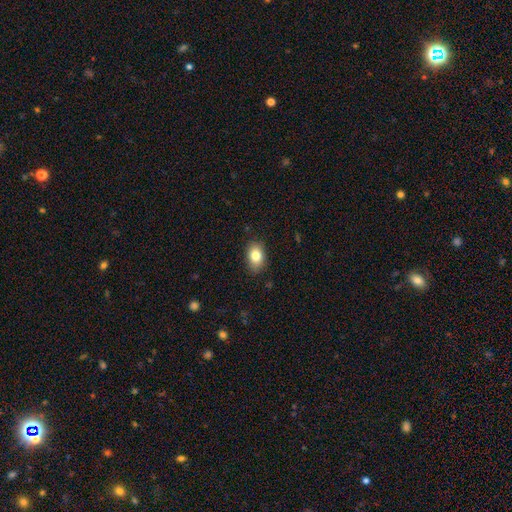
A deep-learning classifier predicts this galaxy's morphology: smooth-or-featured: smooth: 82% | featured or disk: 9% | star or artifact: 8%
  how-rounded: in between: 82% | round: 17% | cigar-shaped: 1%
  merging: none: 85% | minor disturbance: 12% | major disturbance: 2% | merger: 1%